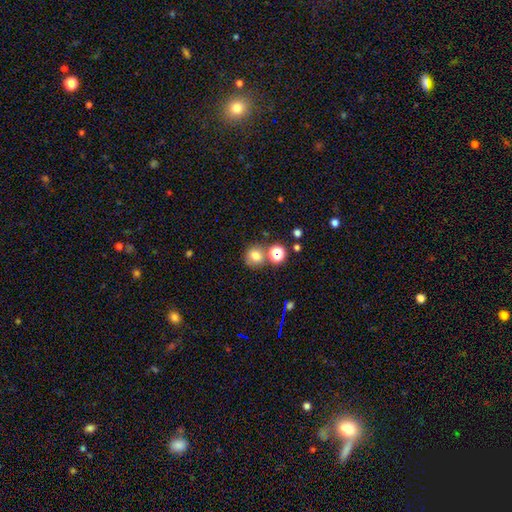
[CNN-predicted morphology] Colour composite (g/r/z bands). It shows a smooth galaxy with no disk features (73%) that is round (86%). Merging: none (69%).